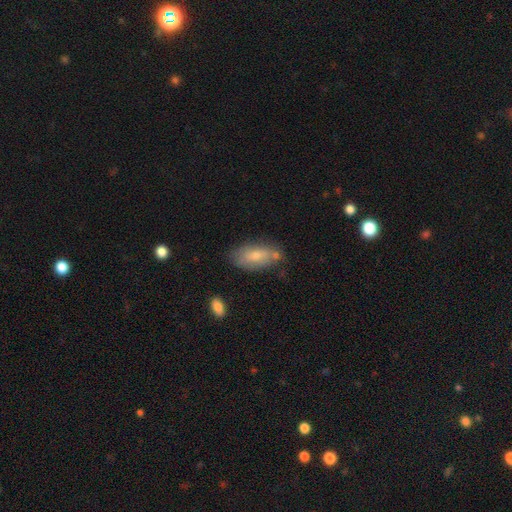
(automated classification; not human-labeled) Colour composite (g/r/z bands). It shows a smooth galaxy with no disk features (70%) that is in between round and cigar-shaped (89%). Merging: none (63%).